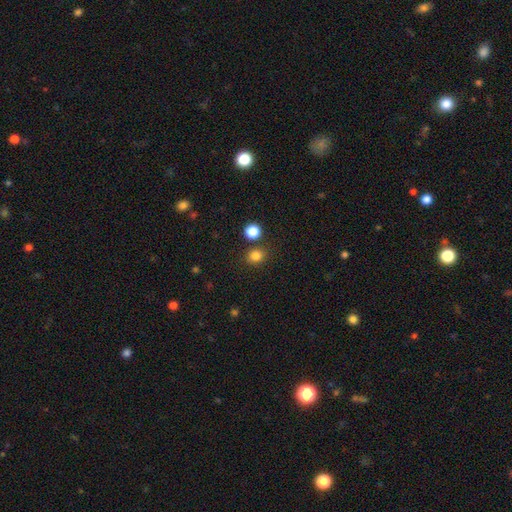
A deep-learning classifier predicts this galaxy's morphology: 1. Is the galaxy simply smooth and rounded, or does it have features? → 83% smooth, 13% star or artifact, 4% featured or disk.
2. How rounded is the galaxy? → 80% round, 19% in between, 1% cigar-shaped.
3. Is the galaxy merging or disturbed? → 81% none, 8% merger, 8% minor disturbance, 3% major disturbance.